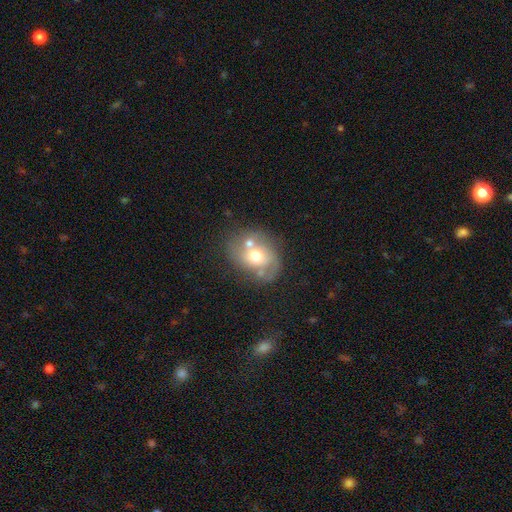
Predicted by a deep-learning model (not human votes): Smooth or featured?
  - smooth: 47% *
  - featured or disk: 42%
  - star or artifact: 10%
Merging?
  - none: 44% *
  - merger: 29%
  - minor disturbance: 18%
  - major disturbance: 9%